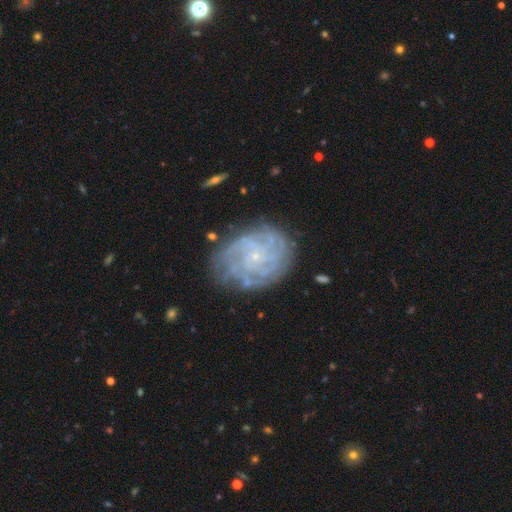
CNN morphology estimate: Smooth or featured: featured or disk — 84% (smooth — 9%)
Edge-on disk: no — 97% (yes — 3%)
Bar: no — 74% (weak — 21%)
Spiral arms: yes — 96% (no — 4%)
Spiral winding: tight — 75% (medium — 21%)
Spiral arm count: can't tell — 30% (4 — 23%)
Bulge size: small — 86% (moderate — 8%)
Merging: none — 76% (minor disturbance — 16%)